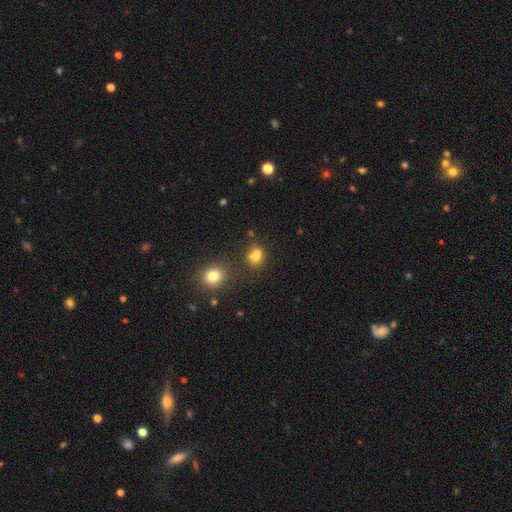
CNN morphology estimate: smooth 76%, star or artifact 15%, featured or disk 9%. Down the decision tree: how rounded — round (53%); merging — none (56%).